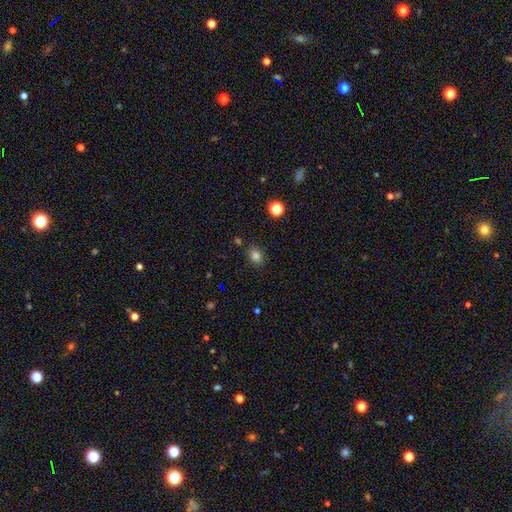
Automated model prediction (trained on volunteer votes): Smooth or featured?
  - smooth: 82% *
  - star or artifact: 14%
  - featured or disk: 5%
How rounded?
  - in between: 53% *
  - round: 46%
  - cigar-shaped: 1%
Merging?
  - none: 83% *
  - minor disturbance: 11%
  - merger: 3%
  - major disturbance: 3%